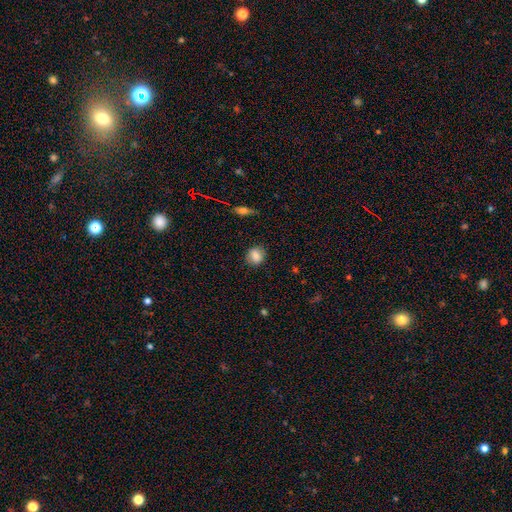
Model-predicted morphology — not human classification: Smooth or featured? Predicted: smooth (p=0.84). How rounded? Predicted: round (p=0.68). Merging? Predicted: none (p=0.84).